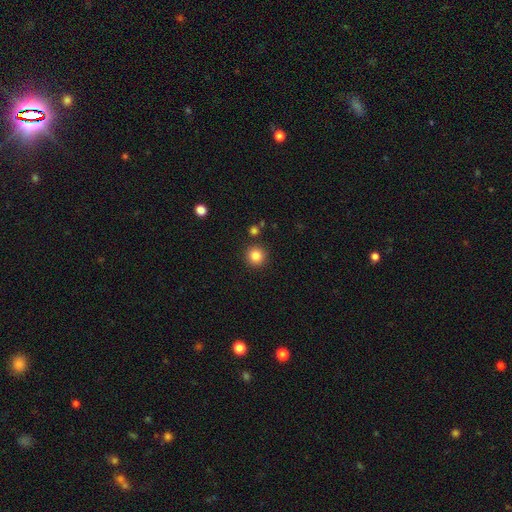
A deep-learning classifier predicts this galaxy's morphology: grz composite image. It shows a smooth galaxy with no disk features (84%) that is round (94%). Merging: none (89%).